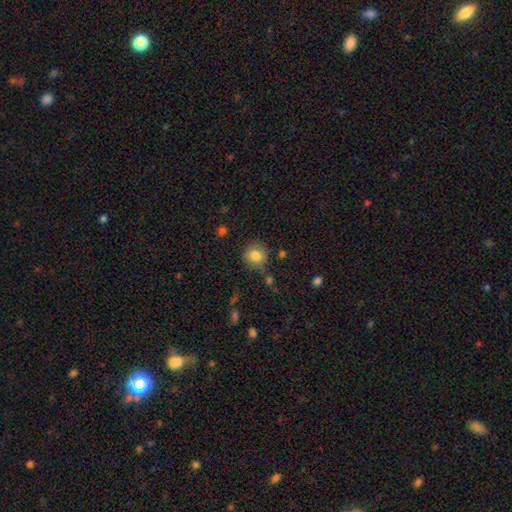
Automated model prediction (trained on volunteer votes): Morphology: type=smooth (81%); roundness=round (89%); merging=none (77%).